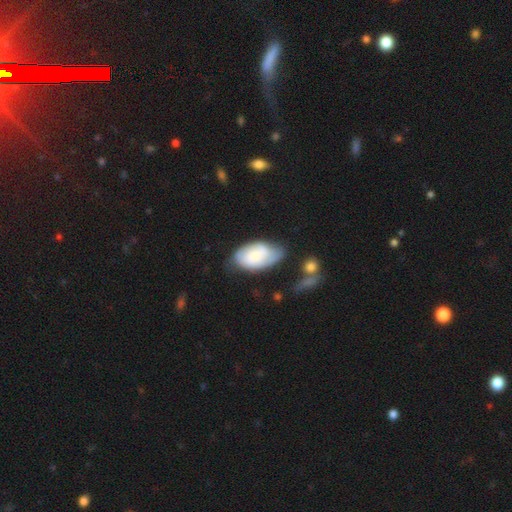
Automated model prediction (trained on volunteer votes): Smooth or featured? smooth (52%)
How rounded? in between (93%)
Merging? none (51%)